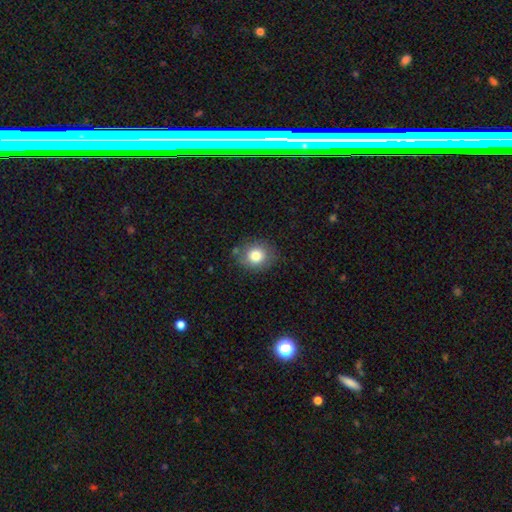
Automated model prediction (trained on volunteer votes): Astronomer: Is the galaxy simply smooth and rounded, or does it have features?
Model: smooth — 81%.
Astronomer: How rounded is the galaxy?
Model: round — 69%.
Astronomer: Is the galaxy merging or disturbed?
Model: none — 79%.